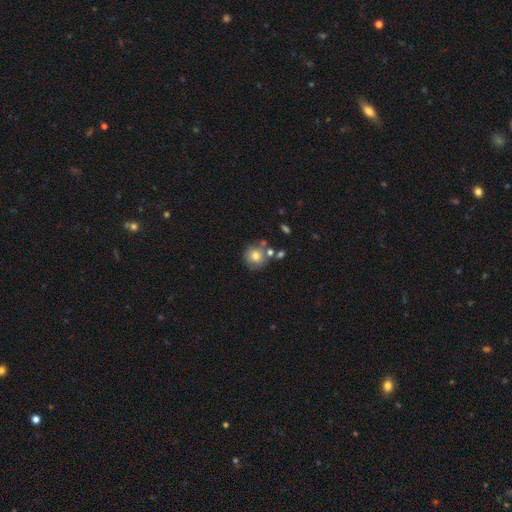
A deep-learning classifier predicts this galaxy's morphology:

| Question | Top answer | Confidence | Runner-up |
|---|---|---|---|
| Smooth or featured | smooth | 78% | featured or disk (12%) |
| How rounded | round | 91% | in between (8%) |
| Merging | none | 69% | merger (14%) |